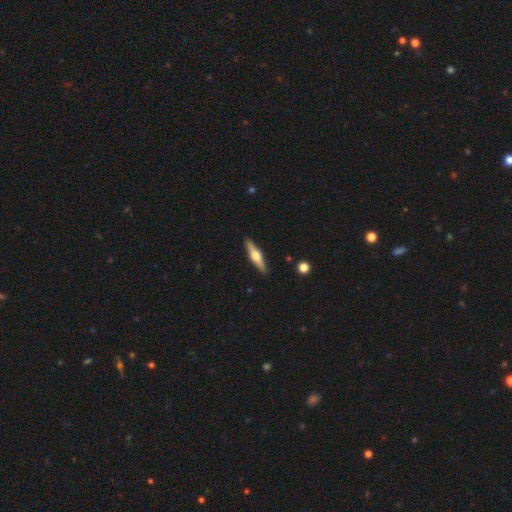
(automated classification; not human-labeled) Smooth or featured? Predicted: featured or disk (p=0.67). Edge-on disk? Predicted: yes (p=0.97). Edge-on bulge? Predicted: rounded (p=0.94). Merging? Predicted: none (p=0.91).